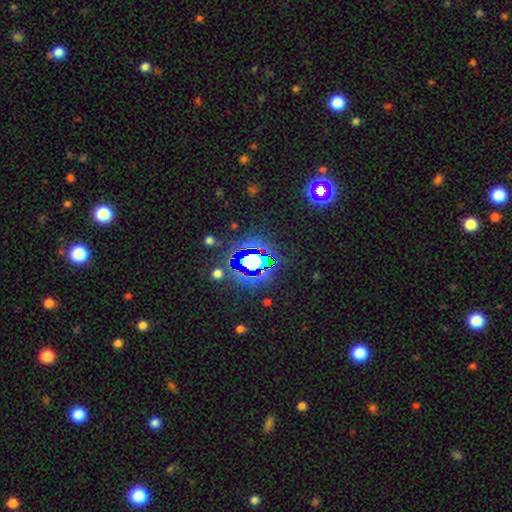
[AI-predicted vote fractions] This is likely a star or artifact rather than a galaxy (75%).